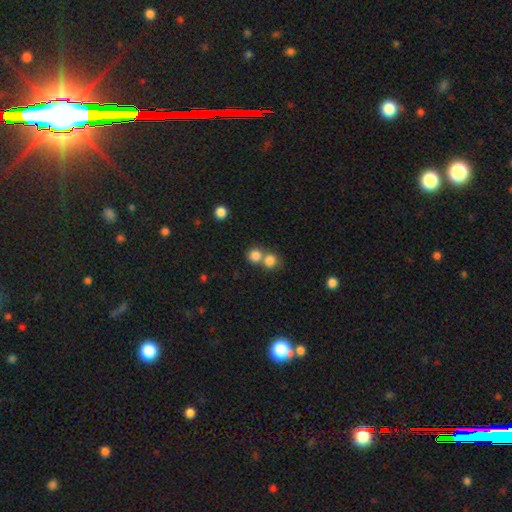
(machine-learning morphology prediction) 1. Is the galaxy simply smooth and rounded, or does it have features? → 81% smooth, 12% star or artifact, 8% featured or disk.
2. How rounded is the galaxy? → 87% round, 12% in between, 1% cigar-shaped.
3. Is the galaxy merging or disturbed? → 47% none, 44% merger, 6% minor disturbance, 3% major disturbance.